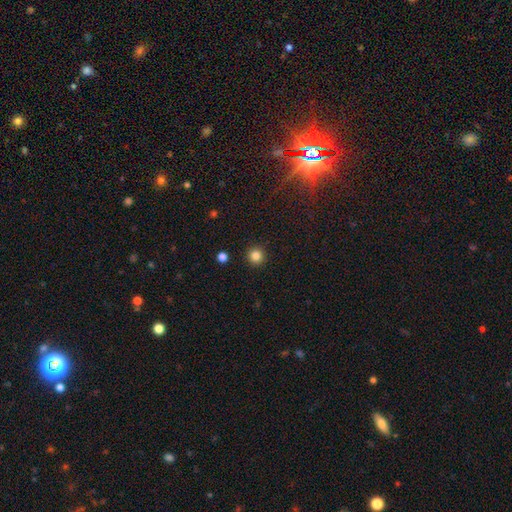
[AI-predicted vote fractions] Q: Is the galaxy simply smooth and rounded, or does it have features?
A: smooth — 84%.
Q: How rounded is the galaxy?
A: round — 95%.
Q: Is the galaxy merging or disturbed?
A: none — 93%.